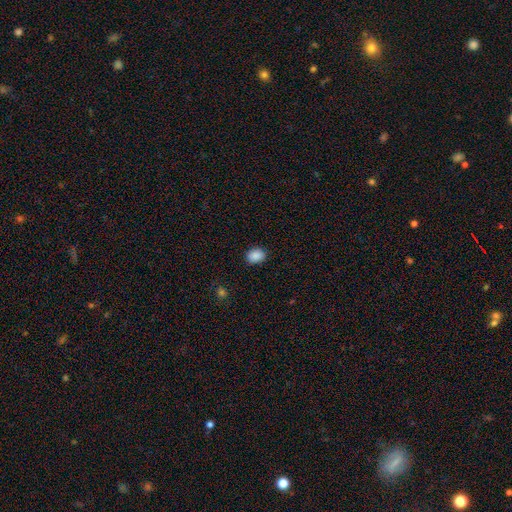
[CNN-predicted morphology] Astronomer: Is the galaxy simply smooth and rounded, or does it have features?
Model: smooth — 88%.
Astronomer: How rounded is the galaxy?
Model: in between — 60% (runner-up: round, 39%).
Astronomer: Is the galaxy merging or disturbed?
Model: none — 86%.